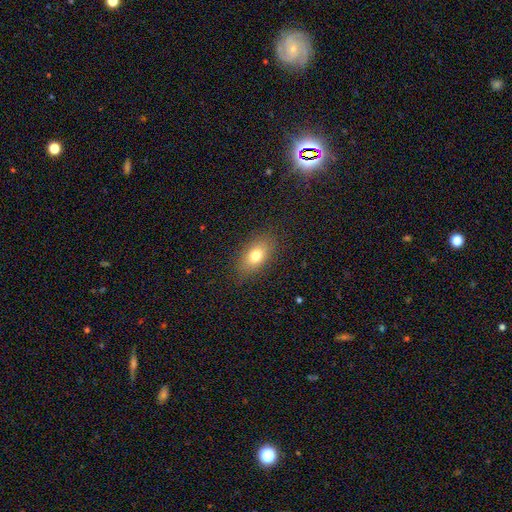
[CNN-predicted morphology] smooth_or_featured: smooth (p=0.76) [alt: featured or disk p=0.14]
how_rounded: in between (p=0.84) [alt: round p=0.12]
merging: none (p=0.85) [alt: minor disturbance p=0.11]